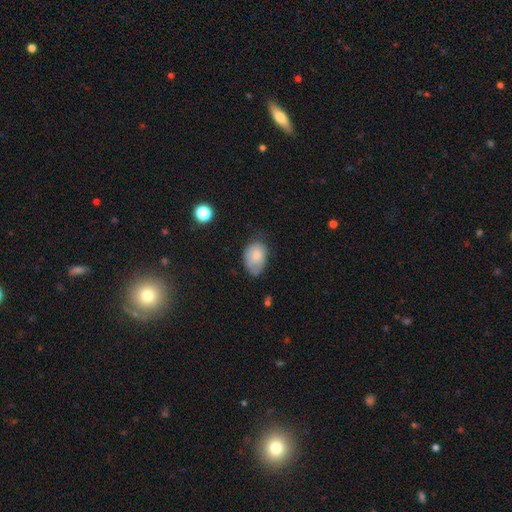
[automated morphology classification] Smooth or featured: smooth — 78% (featured or disk — 14%)
How rounded: in between — 83% (round — 16%)
Merging: none — 51% (minor disturbance — 36%)